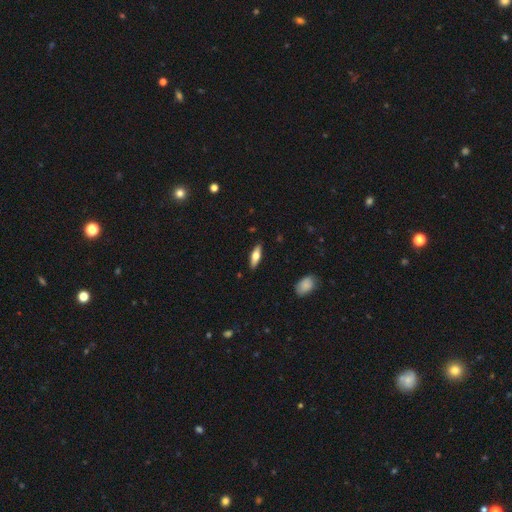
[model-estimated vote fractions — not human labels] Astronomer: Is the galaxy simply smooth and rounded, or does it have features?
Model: smooth — 55% (runner-up: featured or disk, 39%).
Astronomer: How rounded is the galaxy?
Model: in between — 52% (runner-up: cigar-shaped, 46%).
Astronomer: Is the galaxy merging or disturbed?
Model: none — 88%.